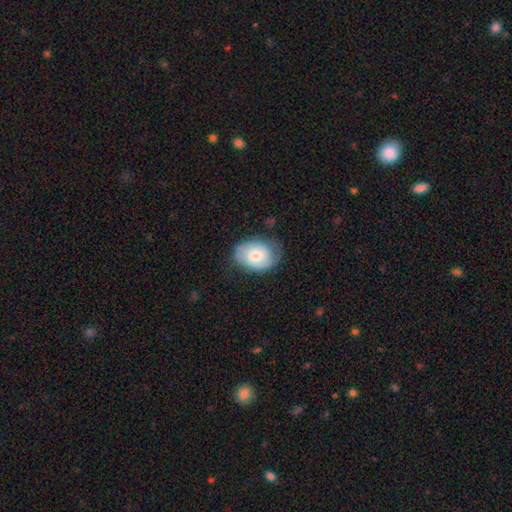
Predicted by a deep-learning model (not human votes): smooth-or-featured: smooth: 50% | featured or disk: 44% | star or artifact: 6%
  merging: none: 66% | minor disturbance: 25% | major disturbance: 7% | merger: 1%